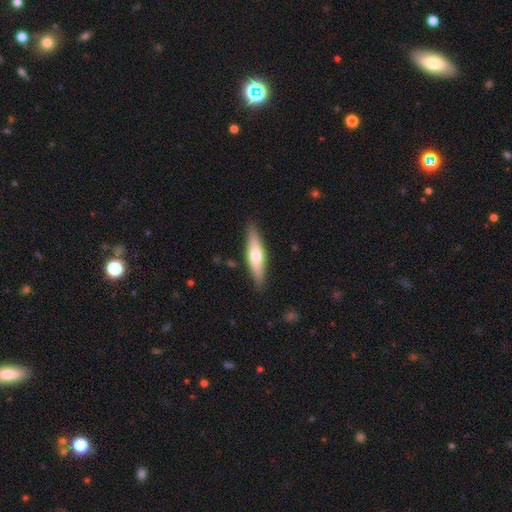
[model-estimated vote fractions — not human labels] A smooth galaxy with no disk features (49%). Merging: none (87%).